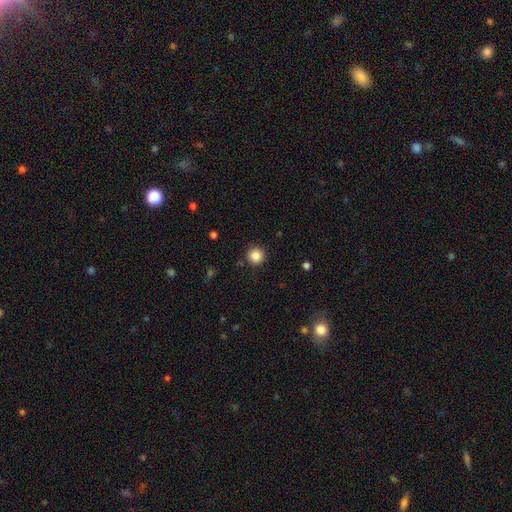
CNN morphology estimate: Smooth or featured?
  - smooth: 85% *
  - star or artifact: 11%
  - featured or disk: 4%
How rounded?
  - round: 95% *
  - in between: 4%
  - cigar-shaped: 1%
Merging?
  - none: 91% *
  - minor disturbance: 6%
  - major disturbance: 2%
  - merger: 1%